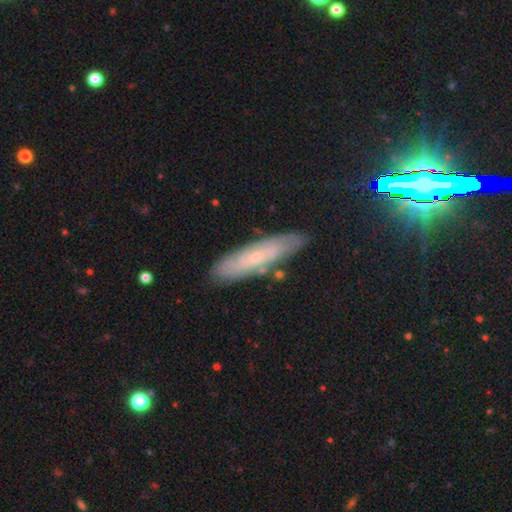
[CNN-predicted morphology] Smooth or featured: featured or disk — 48% (smooth — 36%)
Merging: none — 83% (minor disturbance — 13%)